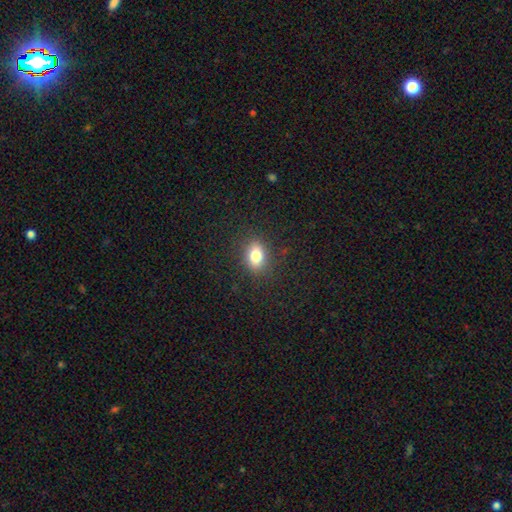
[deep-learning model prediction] Smooth or featured? smooth (79%)
How rounded? in between (74%)
Merging? none (86%)